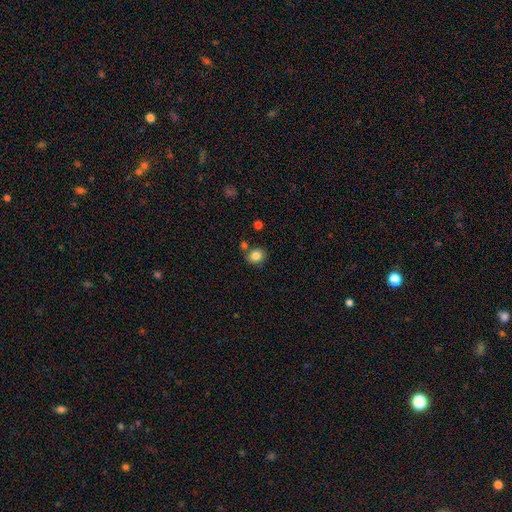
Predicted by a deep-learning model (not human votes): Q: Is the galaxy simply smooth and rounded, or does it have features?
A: smooth — 84%.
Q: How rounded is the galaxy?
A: round — 72%.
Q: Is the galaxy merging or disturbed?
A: none — 76%.